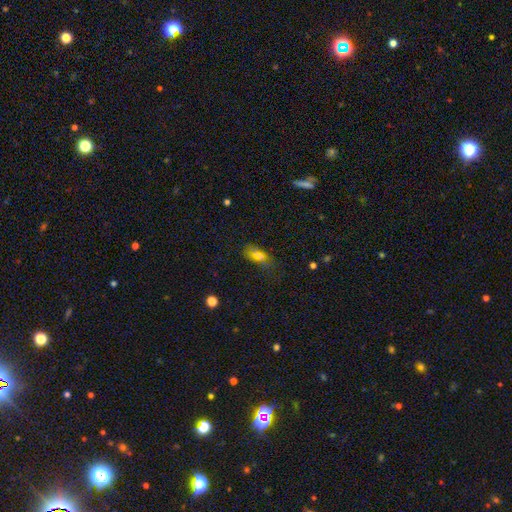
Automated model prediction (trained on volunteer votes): A smooth galaxy with no disk features (53%) that is in between round and cigar-shaped (73%). Merging: none (59%).